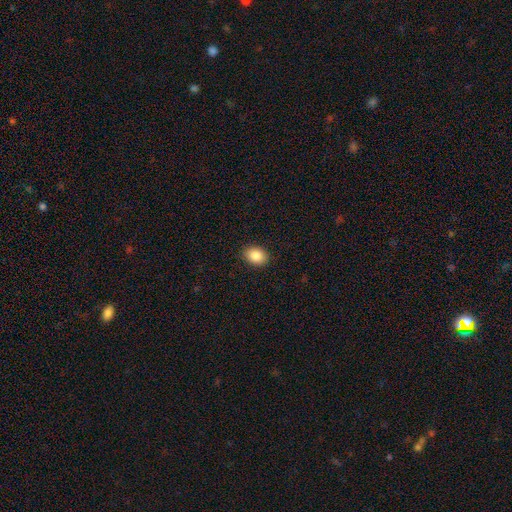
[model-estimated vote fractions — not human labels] smooth-or-featured: smooth: 88% | star or artifact: 8% | featured or disk: 4%
  how-rounded: in between: 68% | round: 31% | cigar-shaped: 1%
  merging: none: 89% | minor disturbance: 8% | major disturbance: 2% | merger: 1%